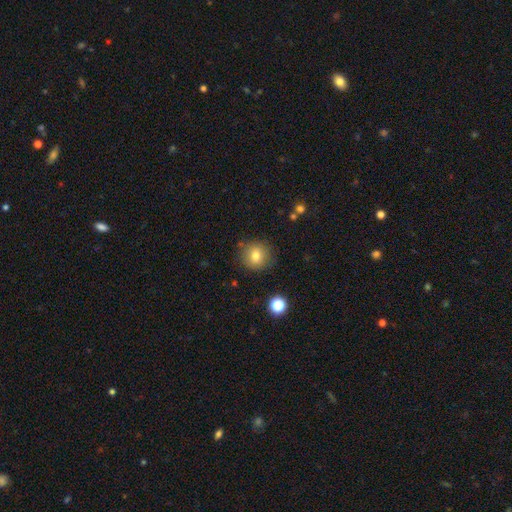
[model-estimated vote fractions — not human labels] Smooth or featured? Predicted: smooth (p=0.79). How rounded? Predicted: round (p=0.89). Merging? Predicted: none (p=0.84).